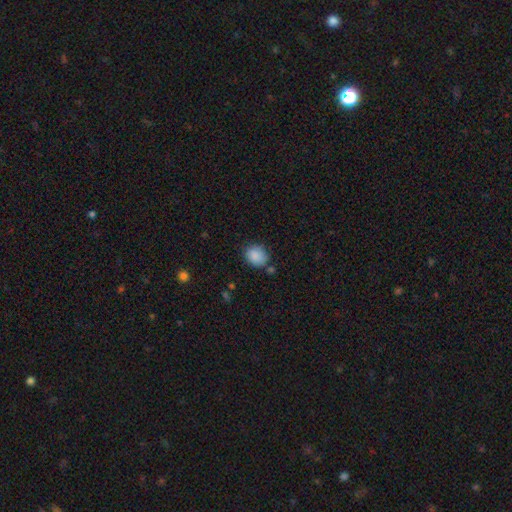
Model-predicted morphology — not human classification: type=smooth (87%); roundness=round (59%); merging=none (73%).